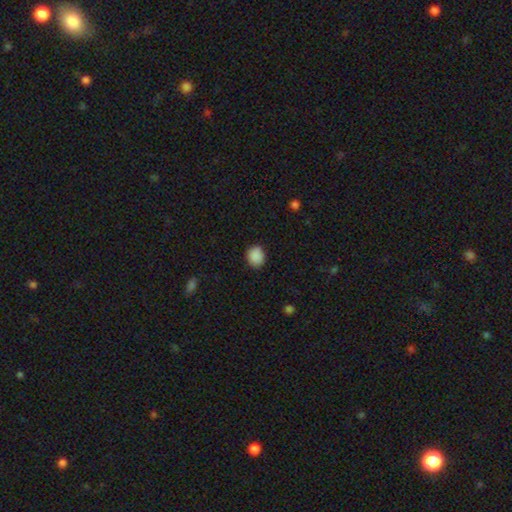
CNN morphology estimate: Smooth or featured? smooth (89%)
How rounded? round (67%)
Merging? none (86%)